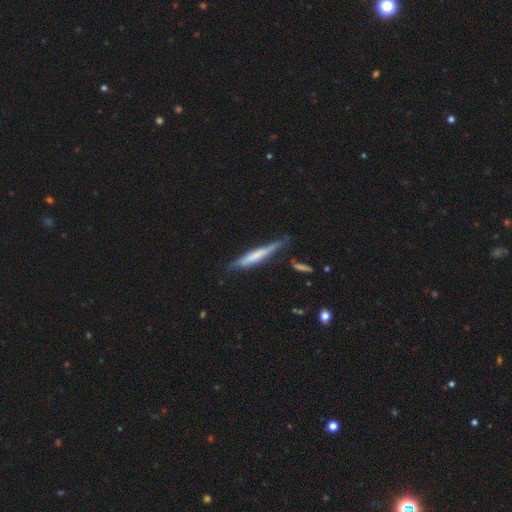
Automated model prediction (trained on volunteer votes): A smooth galaxy with no disk features (53%) that is cigar-shaped (93%).

Vote fractions:
- Smooth or featured? smooth: 53% / featured or disk: 41% / star or artifact: 6%
- How rounded? cigar-shaped: 93% / in between: 6% / round: 1%
- Merging? none: 66% / minor disturbance: 24% / major disturbance: 6% / merger: 5%